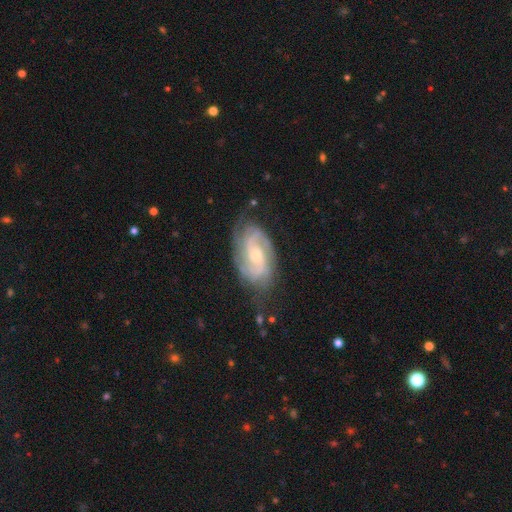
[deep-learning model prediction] Q: Smooth or featured?
A: featured or disk (86%); runner-up: smooth (8%)
Q: Edge-on disk?
A: no (96%); runner-up: yes (4%)
Q: Bar?
A: no (56%); runner-up: weak (35%)
Q: Spiral arms?
A: yes (96%); runner-up: no (4%)
Q: Spiral winding?
A: tight (48%); runner-up: medium (41%)
Q: Spiral arm count?
A: 2 (47%); runner-up: 3 (22%)
Q: Bulge size?
A: small (48%); tied with: moderate (48%)
Q: Merging?
A: none (72%); runner-up: minor disturbance (20%)